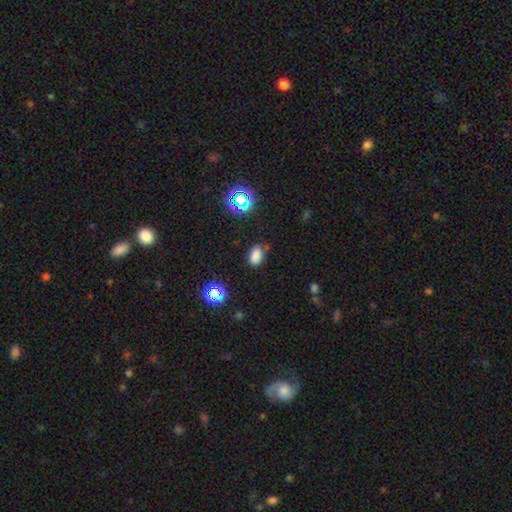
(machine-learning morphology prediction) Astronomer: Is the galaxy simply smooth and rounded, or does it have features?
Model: smooth — 77%.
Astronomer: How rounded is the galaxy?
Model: in between — 86%.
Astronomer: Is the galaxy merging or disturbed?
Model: none — 75%.